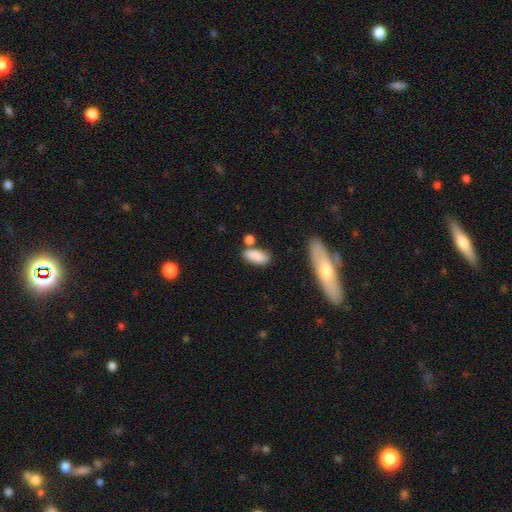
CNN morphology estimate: smooth 87%, star or artifact 7%, featured or disk 6%. Down the decision tree: how rounded — in between (84%); merging — none (66%).